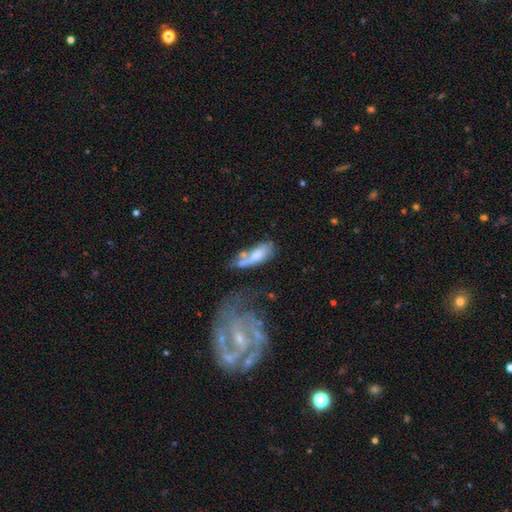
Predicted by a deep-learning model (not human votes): Morphology: type=smooth (62%); roundness=in between (65%); merging=none (29%).